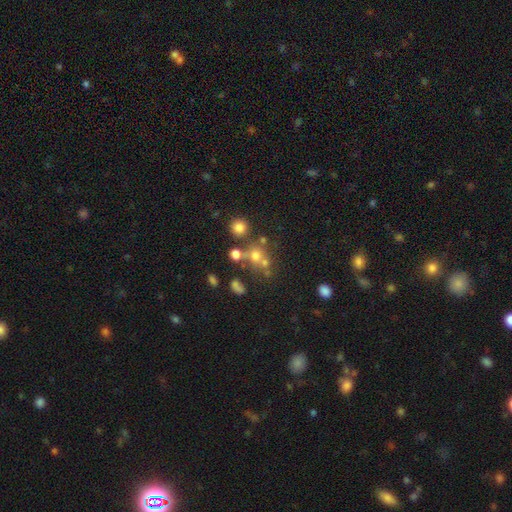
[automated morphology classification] Smooth or featured? smooth (45%)
Merging? none (55%)